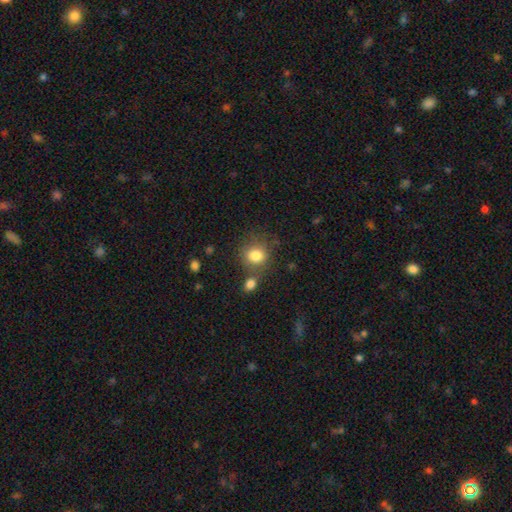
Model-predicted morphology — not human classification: Smooth or featured? Predicted: smooth (p=0.81). How rounded? Predicted: round (p=0.75). Merging? Predicted: none (p=0.66).